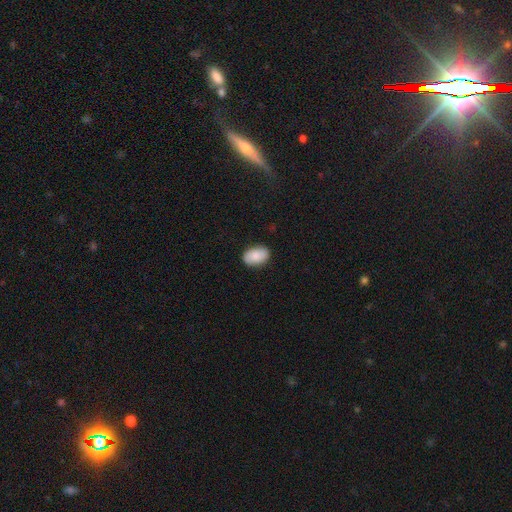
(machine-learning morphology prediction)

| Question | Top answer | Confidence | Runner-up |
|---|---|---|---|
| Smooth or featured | smooth | 81% | featured or disk (12%) |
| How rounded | in between | 86% | round (13%) |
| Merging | none | 86% | minor disturbance (11%) |